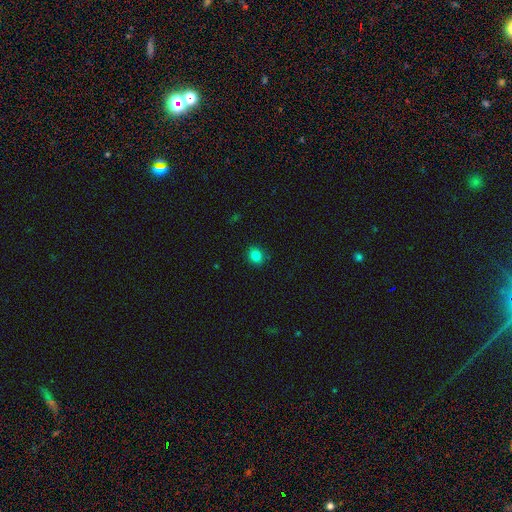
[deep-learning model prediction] A smooth galaxy with no disk features (83%) that is round (67%).

Vote fractions:
- Smooth or featured? smooth: 83% / star or artifact: 12% / featured or disk: 4%
- How rounded? round: 67% / in between: 32% / cigar-shaped: 1%
- Merging? none: 90% / minor disturbance: 7% / major disturbance: 2% / merger: 1%